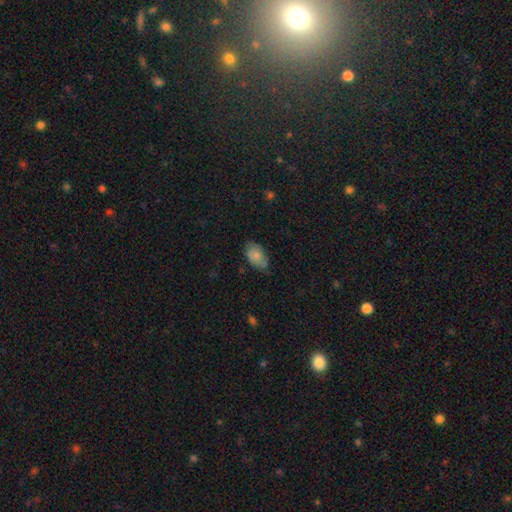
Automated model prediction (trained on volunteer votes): smooth_or_featured: smooth (p=0.75) [alt: featured or disk p=0.17]
how_rounded: in between (p=0.92) [alt: round p=0.07]
merging: none (p=0.58) [alt: minor disturbance p=0.32]